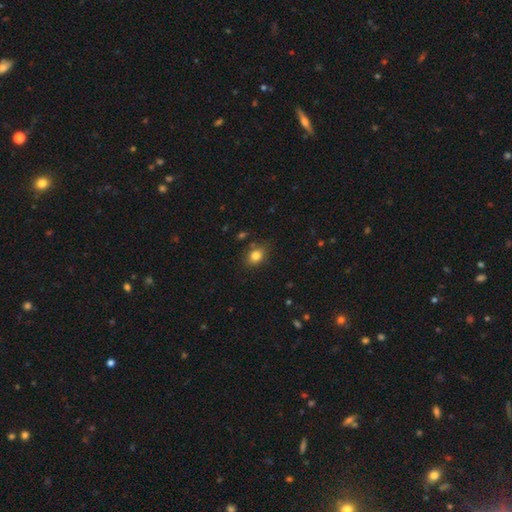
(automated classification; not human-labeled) Smooth or featured? smooth (82%)
How rounded? in between (64%)
Merging? none (77%)